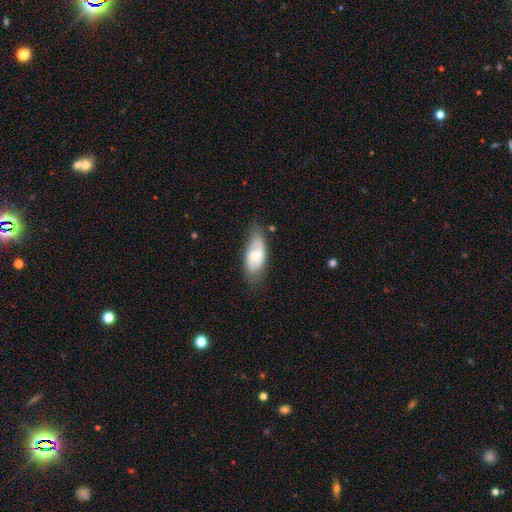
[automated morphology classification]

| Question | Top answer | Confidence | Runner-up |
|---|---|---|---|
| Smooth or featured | smooth | 60% | featured or disk (34%) |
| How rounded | in between | 87% | cigar-shaped (10%) |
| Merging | none | 58% | minor disturbance (31%) |